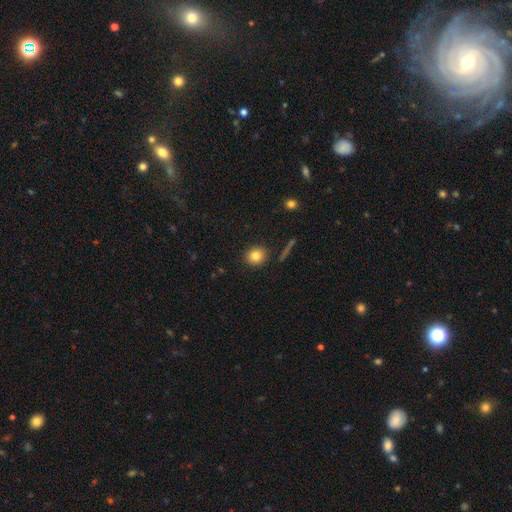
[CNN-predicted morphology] Smooth or featured: smooth — 82% (star or artifact — 10%)
How rounded: round — 82% (in between — 17%)
Merging: none — 88% (minor disturbance — 7%)